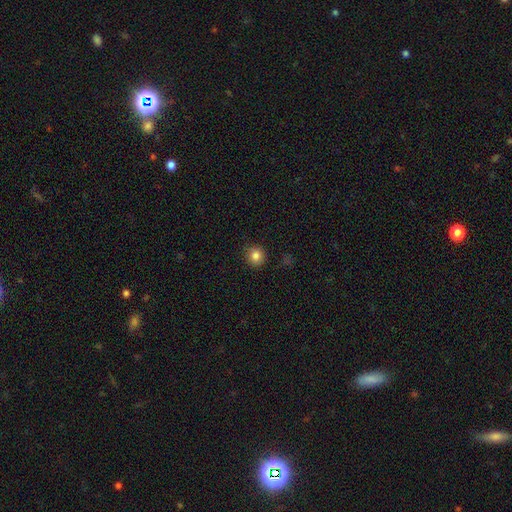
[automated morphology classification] smooth-or-featured: smooth: 83% | star or artifact: 12% | featured or disk: 5%
  how-rounded: round: 91% | in between: 8% | cigar-shaped: 1%
  merging: none: 90% | minor disturbance: 7% | major disturbance: 2% | merger: 1%